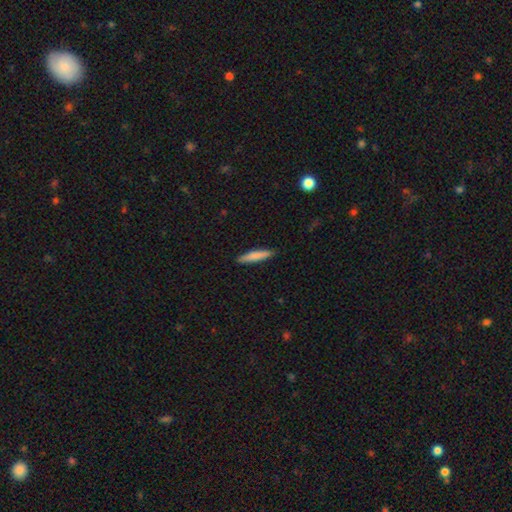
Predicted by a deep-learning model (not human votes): The model was most divided on "smooth or featured": smooth: 79%, featured or disk: 15%, star or artifact: 6%. More confident: how rounded — cigar-shaped (89%); merging — none (88%).